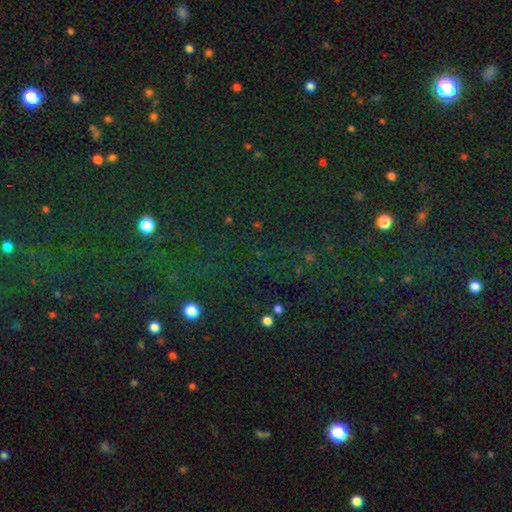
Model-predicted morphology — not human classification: Smooth or featured?
  - star or artifact: 76% *
  - smooth: 16%
  - featured or disk: 8%